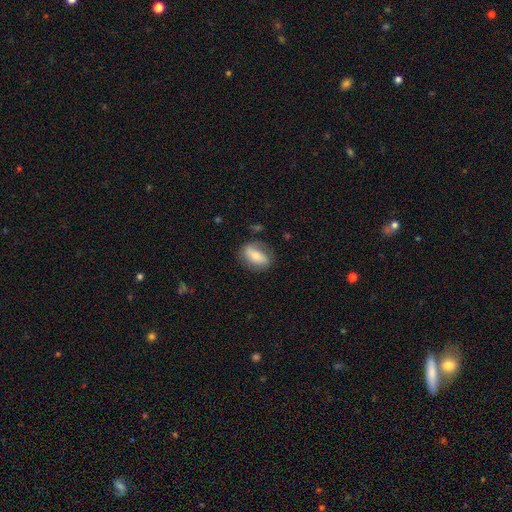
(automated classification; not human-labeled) Smooth or featured? smooth (61%)
How rounded? in between (82%)
Merging? none (74%)